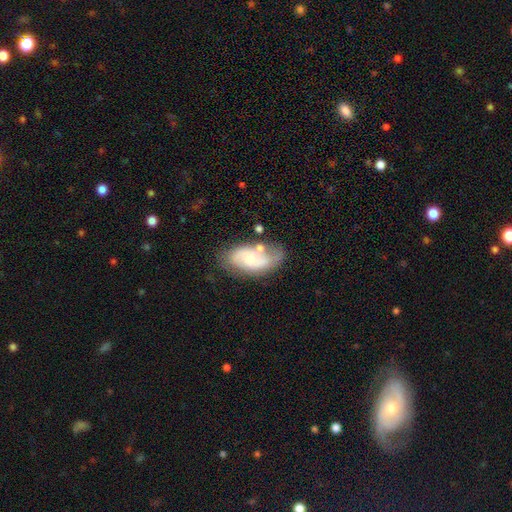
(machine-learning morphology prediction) This is likely a featured or disk galaxy (64%). It is clearly not viewed edge-on (95%). Bar: likely no (66%). Spiral arm pattern: clearly yes (82%). Central bulge: possibly small (52%). Merging: possibly none (55%).